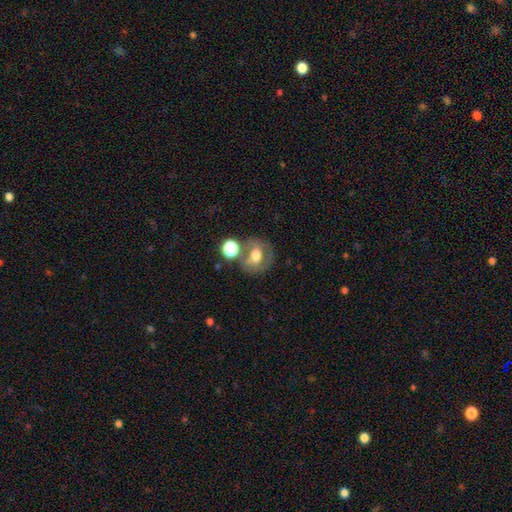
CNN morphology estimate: Q: Smooth or featured?
A: smooth (50%); runner-up: featured or disk (38%)
Q: Merging?
A: none (57%); runner-up: merger (20%)